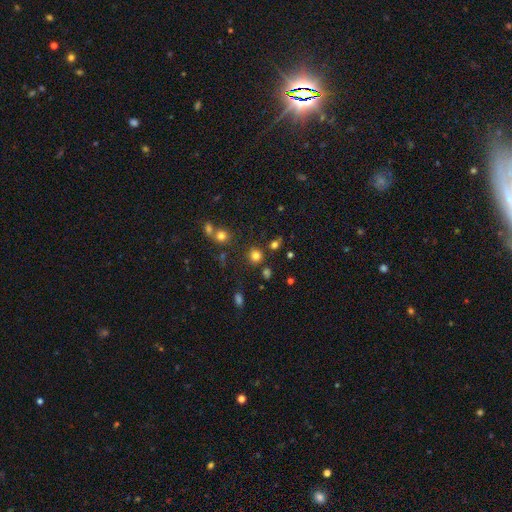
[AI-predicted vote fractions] The model was most divided on "smooth or featured": smooth: 75%, star or artifact: 19%, featured or disk: 6%. More confident: how rounded — round (89%); merging — none (81%).